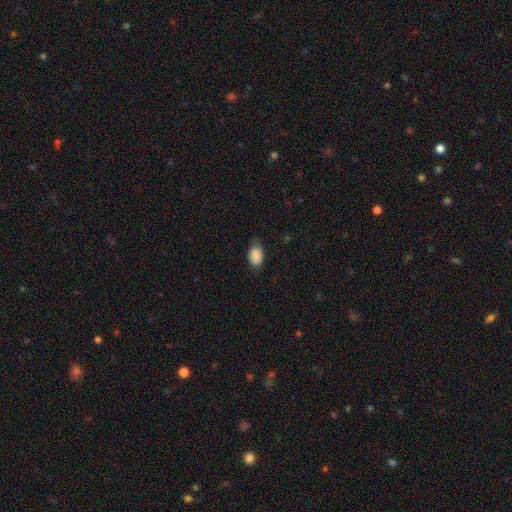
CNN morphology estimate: A smooth galaxy with no disk features (88%) that is in between round and cigar-shaped (89%).

Vote fractions:
- Smooth or featured? smooth: 88% / star or artifact: 7% / featured or disk: 5%
- How rounded? in between: 89% / round: 10% / cigar-shaped: 2%
- Merging? none: 69% / minor disturbance: 25% / major disturbance: 5% / merger: 1%